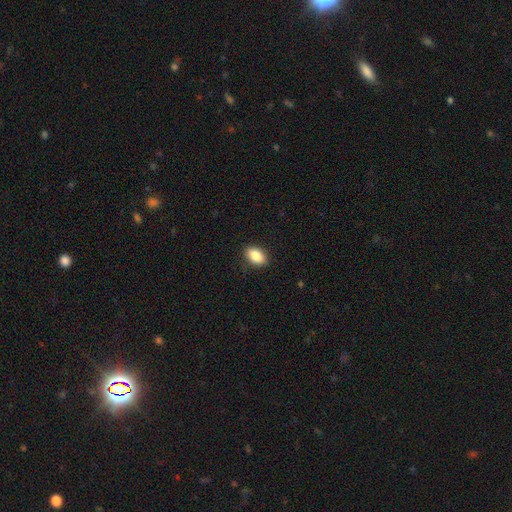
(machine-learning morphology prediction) smooth-or-featured: smooth: 87% | star or artifact: 8% | featured or disk: 6%
  how-rounded: in between: 89% | round: 9% | cigar-shaped: 2%
  merging: none: 88% | minor disturbance: 9% | major disturbance: 2% | merger: 1%